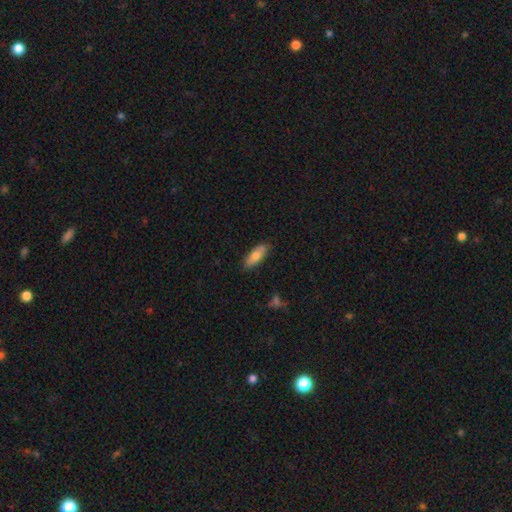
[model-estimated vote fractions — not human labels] This is likely a smooth galaxy (75%). How rounded: likely in between (64%). Merging: clearly none (86%).